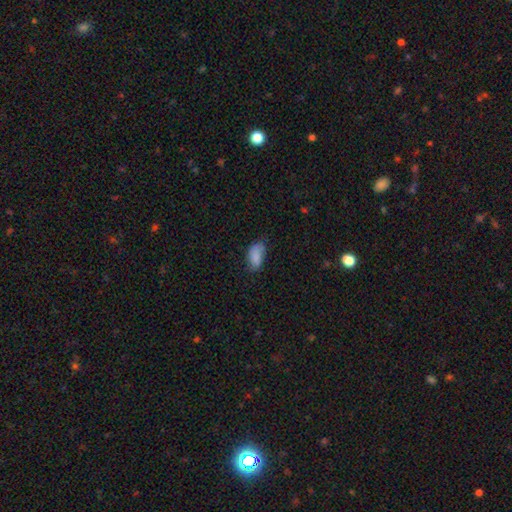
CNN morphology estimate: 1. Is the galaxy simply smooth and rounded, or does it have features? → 82% smooth, 10% featured or disk, 8% star or artifact.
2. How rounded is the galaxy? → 93% in between, 4% round, 3% cigar-shaped.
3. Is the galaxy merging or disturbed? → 59% none, 31% minor disturbance, 8% major disturbance, 2% merger.